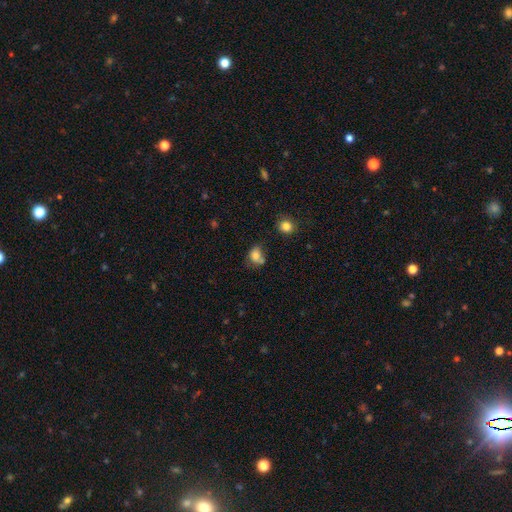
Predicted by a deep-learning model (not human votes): smooth_or_featured: smooth (p=0.77) [alt: star or artifact p=0.12]
how_rounded: round (p=0.50) [alt: in between p=0.49]
merging: none (p=0.48) [alt: minor disturbance p=0.24]